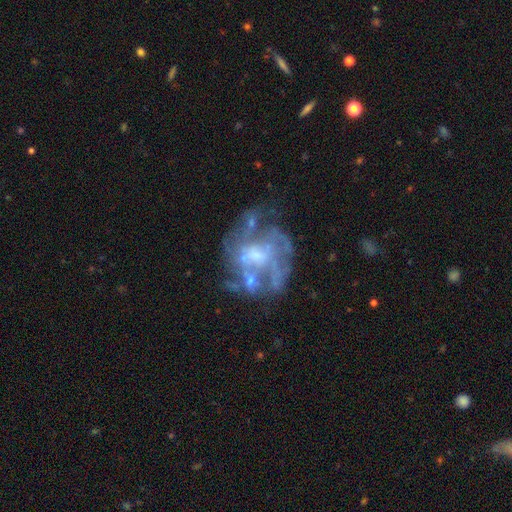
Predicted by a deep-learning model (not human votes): Smooth or featured? Predicted: featured or disk (p=0.76). Edge-on disk? Predicted: no (p=0.98). Bar? Predicted: no (p=0.68). Spiral arms? Predicted: yes (p=0.53). Bulge size? Predicted: moderate (p=0.37). Merging? Predicted: none (p=0.47).